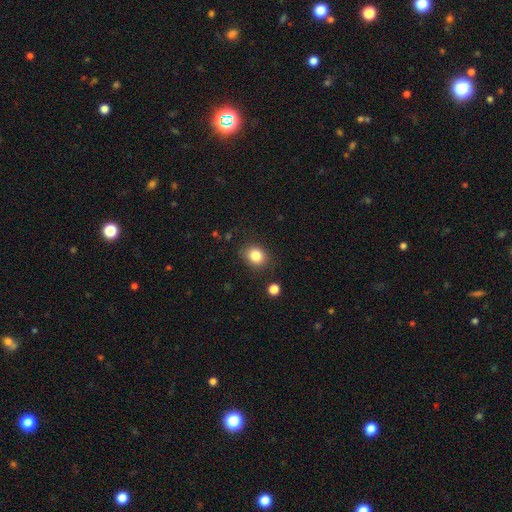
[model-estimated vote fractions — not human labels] smooth_or_featured: smooth (p=0.83) [alt: star or artifact p=0.11]
how_rounded: round (p=0.65) [alt: in between p=0.34]
merging: none (p=0.85) [alt: minor disturbance p=0.10]